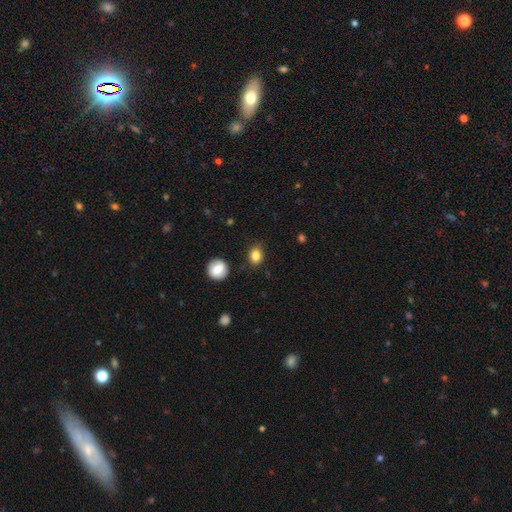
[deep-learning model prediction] Morphology: type=smooth (83%); roundness=in between (52%); merging=none (81%).